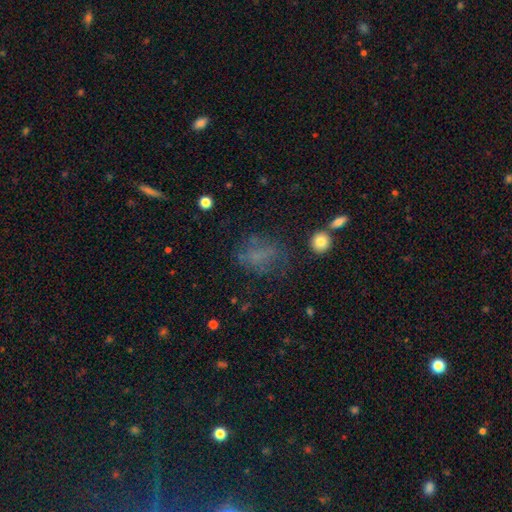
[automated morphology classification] Q: Smooth or featured?
A: smooth (53%); runner-up: featured or disk (24%)
Q: How rounded?
A: in between (64%); runner-up: round (33%)
Q: Merging?
A: none (53%); runner-up: minor disturbance (21%)